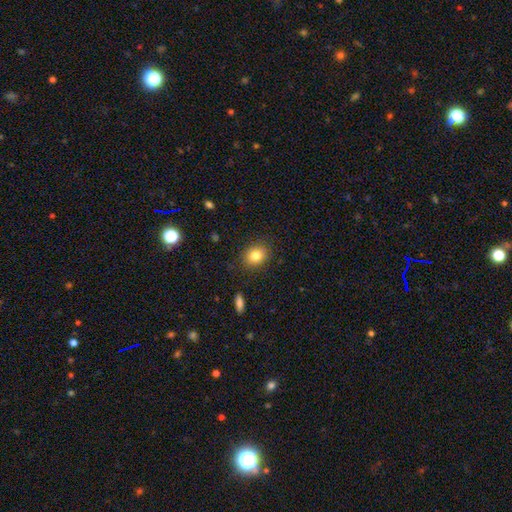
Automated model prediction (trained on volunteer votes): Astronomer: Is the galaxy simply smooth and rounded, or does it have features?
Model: smooth — 82%.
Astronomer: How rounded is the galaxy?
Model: in between — 50% (runner-up: round, 49%).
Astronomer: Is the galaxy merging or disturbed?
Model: none — 86%.